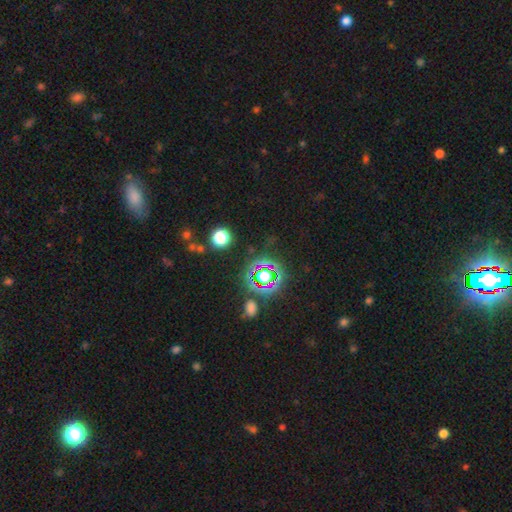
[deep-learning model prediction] A star or artifact, not a galaxy (73%).

Vote fractions:
- Smooth or featured? star or artifact: 73% / smooth: 19% / featured or disk: 8%